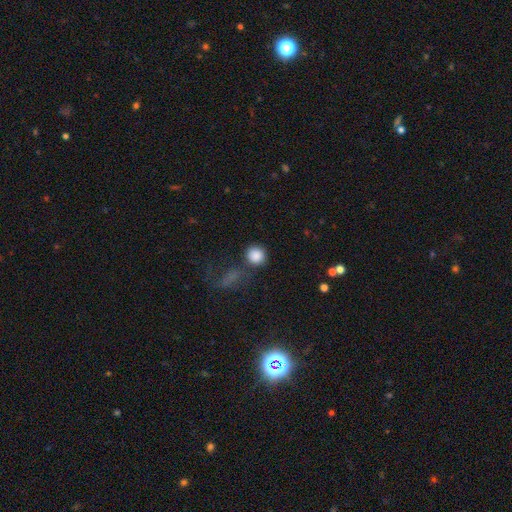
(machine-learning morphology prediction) smooth_or_featured: smooth (p=0.86) [alt: star or artifact p=0.09]
how_rounded: round (p=0.90) [alt: in between p=0.09]
merging: none (p=0.69) [alt: merger p=0.13]